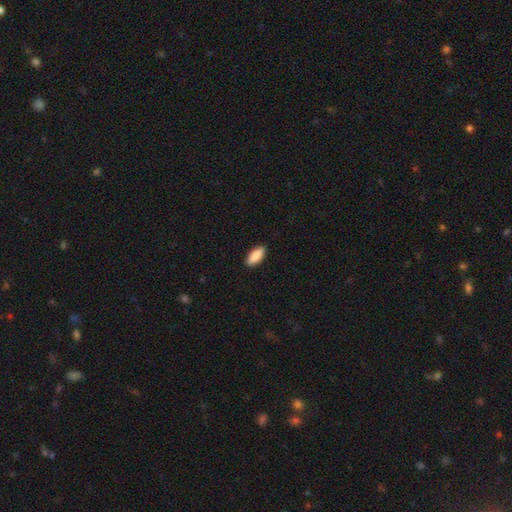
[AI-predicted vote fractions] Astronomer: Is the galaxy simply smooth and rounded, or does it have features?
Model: smooth — 89%.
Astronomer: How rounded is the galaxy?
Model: in between — 81%.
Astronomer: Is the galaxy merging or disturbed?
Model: none — 90%.